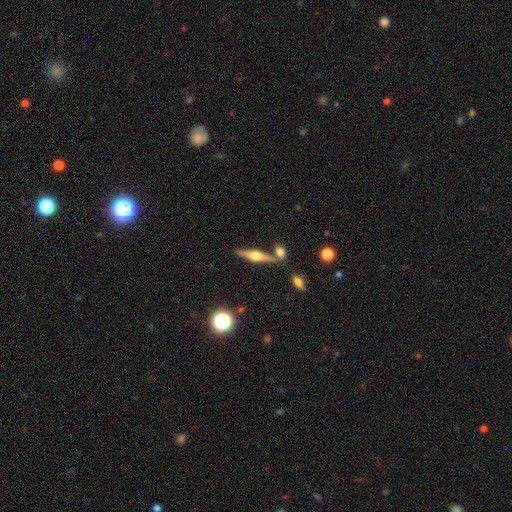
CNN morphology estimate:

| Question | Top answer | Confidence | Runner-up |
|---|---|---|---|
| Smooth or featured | featured or disk | 74% | smooth (19%) |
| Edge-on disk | yes | 97% | no (3%) |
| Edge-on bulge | rounded | 93% | boxy (5%) |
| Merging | none | 77% | merger (12%) |